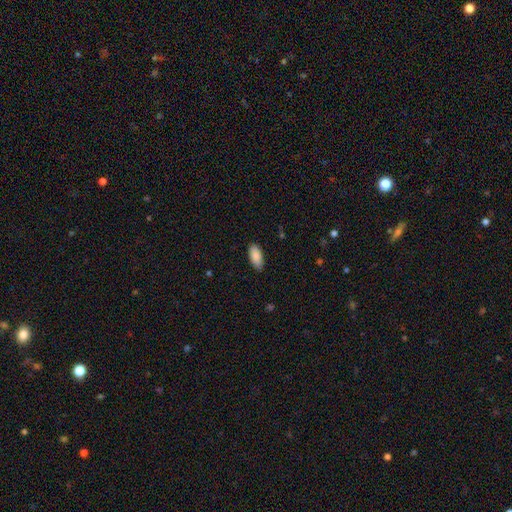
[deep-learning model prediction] This appears to be a smooth galaxy with no disk features (90%) that is in between round and cigar-shaped (91%). Merging: none (85%).